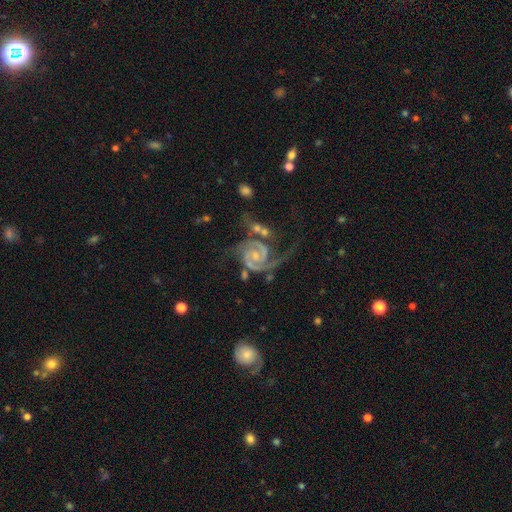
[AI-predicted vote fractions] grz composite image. It shows a featured or disk galaxy (93%) with no bar (59%), 2 (85%) tight (46%) spiral arms (99%) and a small central bulge (64%). Merging: none (46%).